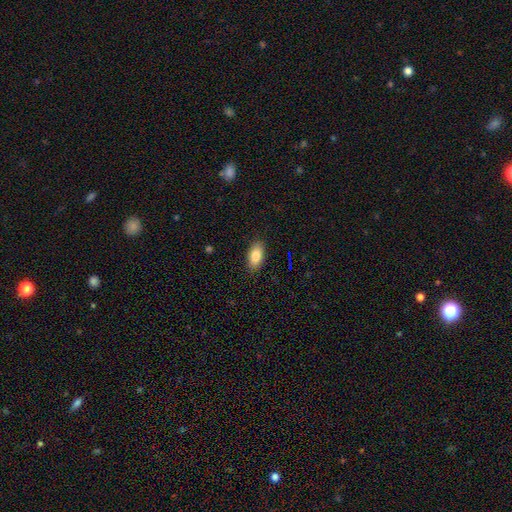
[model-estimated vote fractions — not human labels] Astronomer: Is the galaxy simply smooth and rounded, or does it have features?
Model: smooth — 83%.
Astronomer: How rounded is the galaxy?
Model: in between — 91%.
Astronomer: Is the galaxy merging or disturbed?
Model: none — 88%.